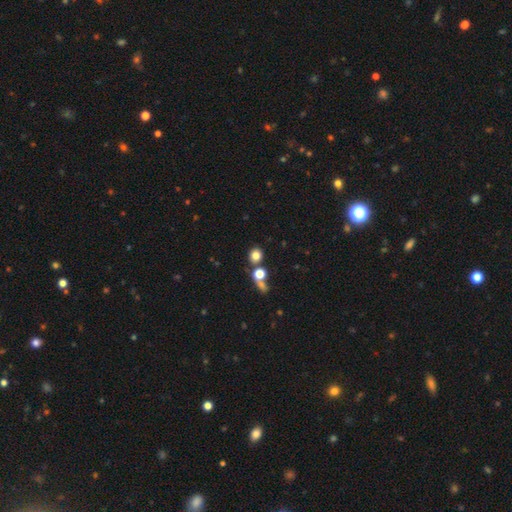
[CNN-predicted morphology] smooth_or_featured: smooth (p=0.79) [alt: star or artifact p=0.14]
how_rounded: round (p=0.83) [alt: in between p=0.16]
merging: none (p=0.69) [alt: merger p=0.19]